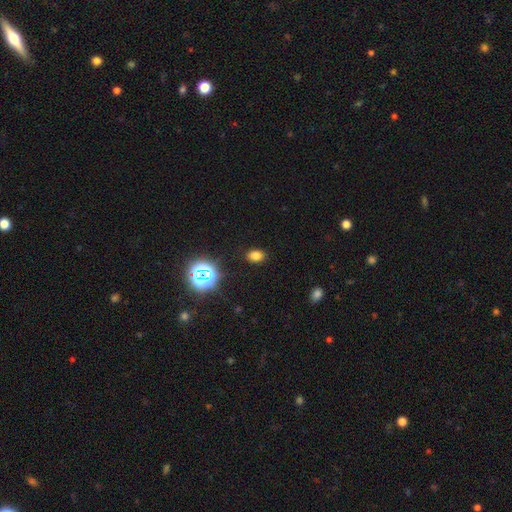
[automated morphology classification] smooth 73%, star or artifact 21%, featured or disk 6%. Down the decision tree: how rounded — in between (74%); merging — none (87%).